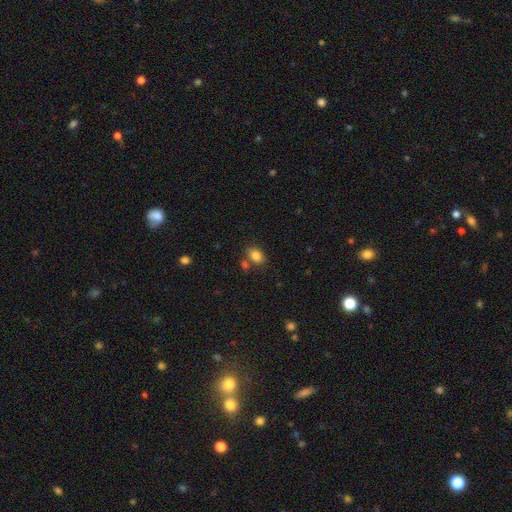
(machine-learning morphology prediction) Overall: smooth (83%). How rounded: in between (76%). Merging: none (67%).